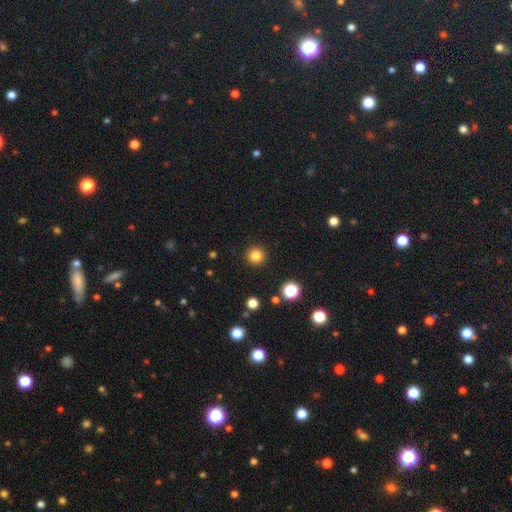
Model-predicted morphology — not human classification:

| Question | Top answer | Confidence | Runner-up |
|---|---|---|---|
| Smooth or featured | smooth | 83% | star or artifact (13%) |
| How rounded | round | 95% | in between (4%) |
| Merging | none | 92% | minor disturbance (5%) |